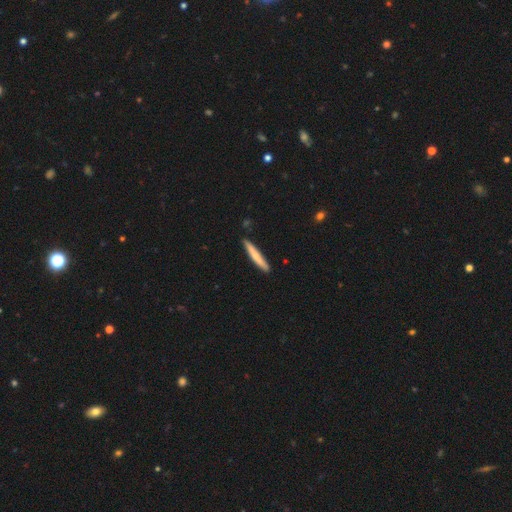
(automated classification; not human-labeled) smooth_or_featured: smooth (p=0.63) [alt: featured or disk p=0.32]
how_rounded: cigar-shaped (p=0.95) [alt: in between p=0.04]
merging: none (p=0.88) [alt: minor disturbance p=0.09]